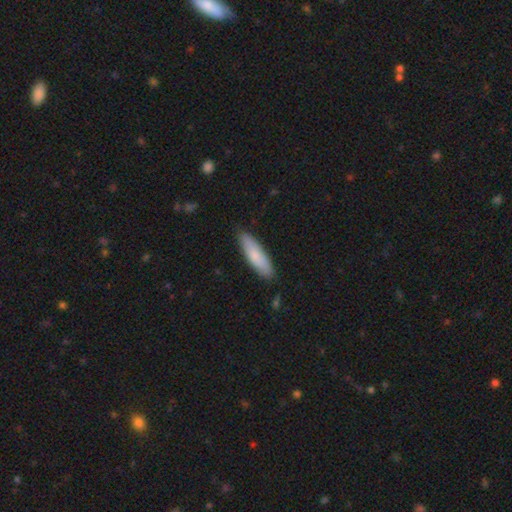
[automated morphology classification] smooth-or-featured: smooth: 80% | featured or disk: 15% | star or artifact: 5%
  how-rounded: cigar-shaped: 59% | in between: 39% | round: 2%
  merging: none: 86% | minor disturbance: 11% | major disturbance: 2% | merger: 1%